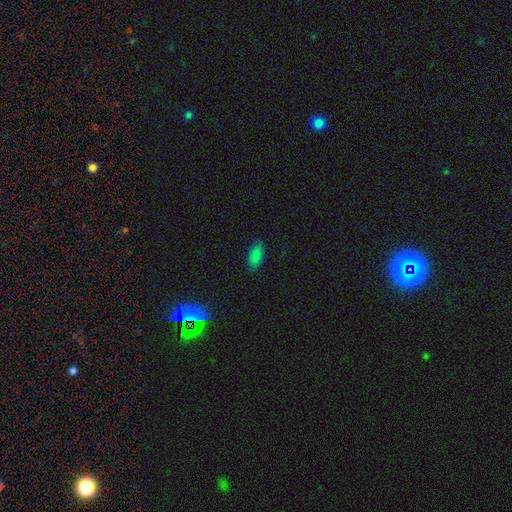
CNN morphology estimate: smooth-or-featured: smooth: 84% | star or artifact: 12% | featured or disk: 4%
  how-rounded: in between: 89% | cigar-shaped: 8% | round: 2%
  merging: none: 87% | minor disturbance: 10% | major disturbance: 2% | merger: 1%